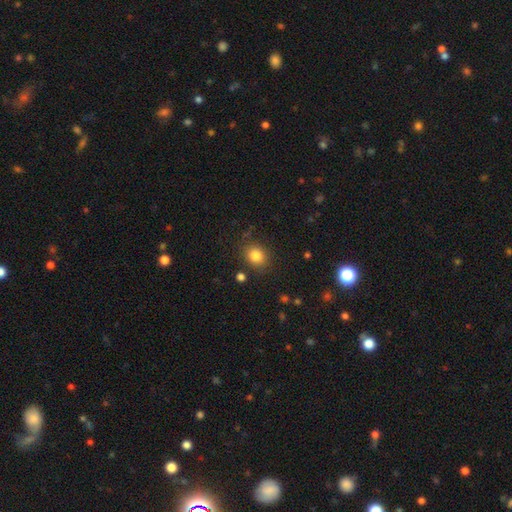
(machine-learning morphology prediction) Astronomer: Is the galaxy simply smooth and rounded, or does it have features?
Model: smooth — 83%.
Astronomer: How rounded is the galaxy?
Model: round — 69%.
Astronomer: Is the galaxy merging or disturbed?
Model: none — 83%.